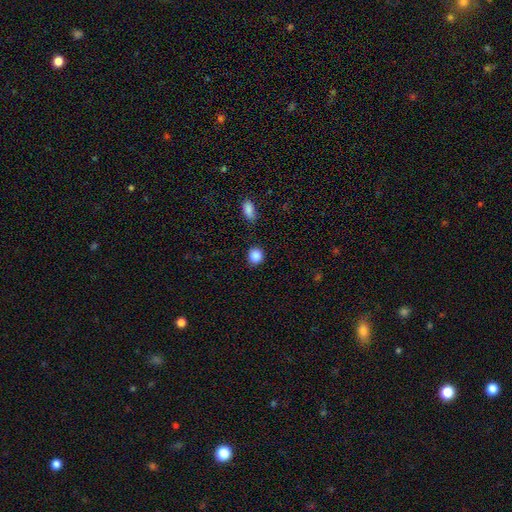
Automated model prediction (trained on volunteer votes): Smooth or featured? smooth (88%)
How rounded? round (85%)
Merging? none (86%)